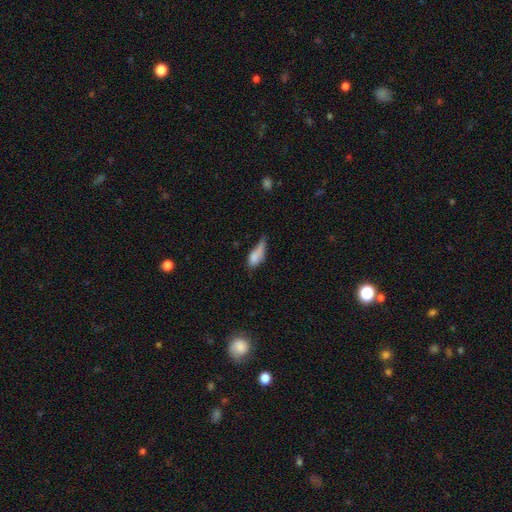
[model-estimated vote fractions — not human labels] Smooth or featured: smooth — 74% (featured or disk — 17%)
How rounded: in between — 75% (cigar-shaped — 20%)
Merging: minor disturbance — 37% (major disturbance — 34%)